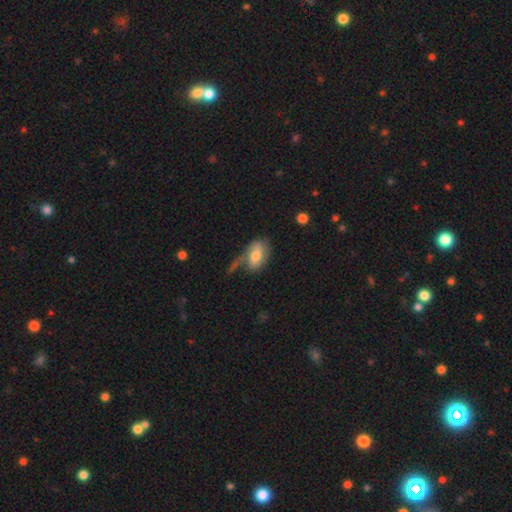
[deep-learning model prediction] This is possibly a smooth galaxy (54%). How rounded: clearly in between (89%). Merging: marginally none (38%).